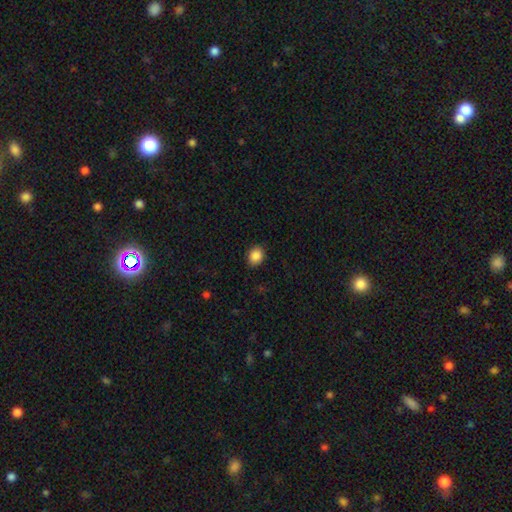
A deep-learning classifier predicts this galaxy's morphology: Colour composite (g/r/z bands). It shows a smooth galaxy with no disk features (87%) that is round (53%). Merging: none (87%).